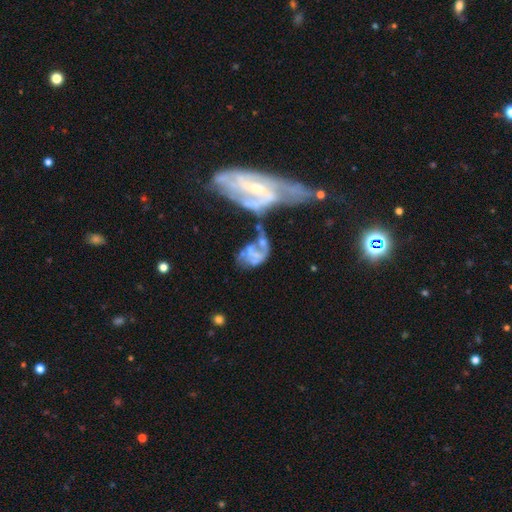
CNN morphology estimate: Smooth or featured?
  - featured or disk: 65% *
  - smooth: 24%
  - star or artifact: 11%
Edge-on disk?
  - no: 97% *
  - yes: 3%
Bar?
  - no: 67% *
  - weak: 22%
  - strong: 11%
Spiral arms?
  - no: 53% *
  - yes: 47%
Bulge size?
  - none: 54% *
  - small: 22%
  - moderate: 18%
  - large: 4%
  - dominant: 2%
Merging?
  - merger: 50% *
  - major disturbance: 28%
  - none: 13%
  - minor disturbance: 10%